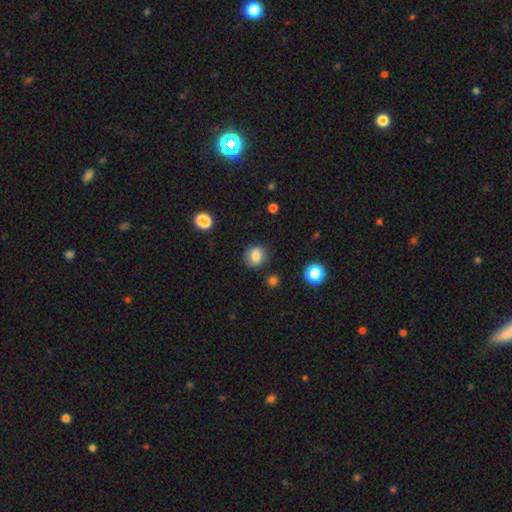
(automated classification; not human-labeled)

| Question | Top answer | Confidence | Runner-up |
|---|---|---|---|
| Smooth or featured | smooth | 82% | star or artifact (10%) |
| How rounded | round | 76% | in between (23%) |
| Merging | none | 84% | minor disturbance (11%) |